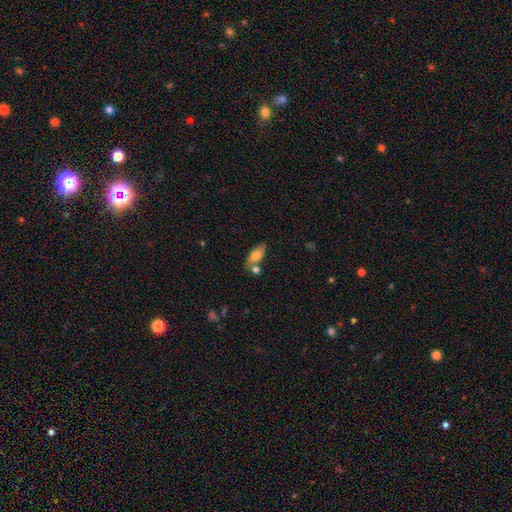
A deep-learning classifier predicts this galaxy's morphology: Q: Smooth or featured?
A: smooth (73%); runner-up: featured or disk (19%)
Q: How rounded?
A: in between (81%); runner-up: cigar-shaped (15%)
Q: Merging?
A: none (63%); runner-up: merger (18%)